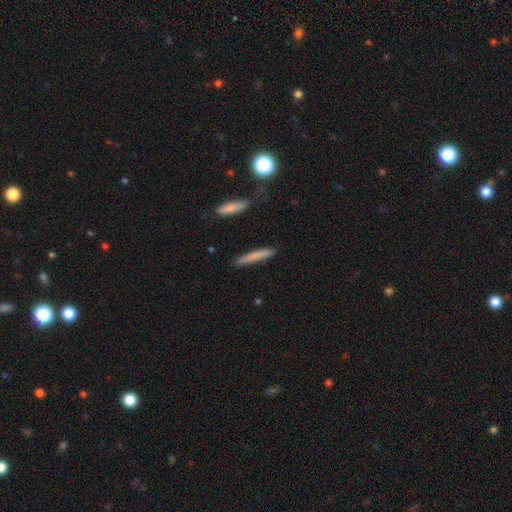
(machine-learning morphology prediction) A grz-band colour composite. It shows a smooth galaxy with no disk features (75%) that is cigar-shaped (94%). Merging: none (86%).